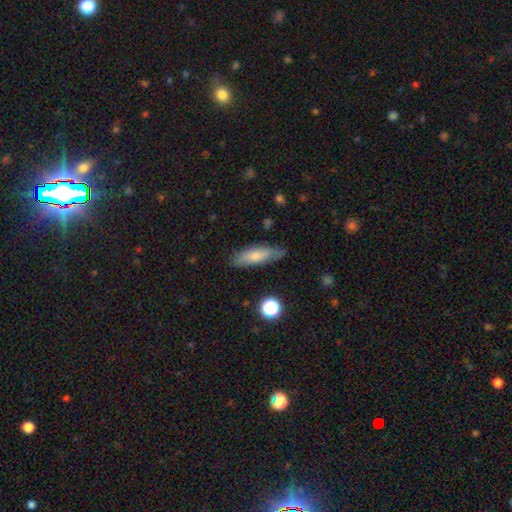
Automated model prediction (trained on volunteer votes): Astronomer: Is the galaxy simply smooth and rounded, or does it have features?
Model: smooth — 72%.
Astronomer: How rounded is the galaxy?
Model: cigar-shaped — 54% (runner-up: in between, 43%).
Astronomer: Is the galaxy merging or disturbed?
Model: none — 75%.